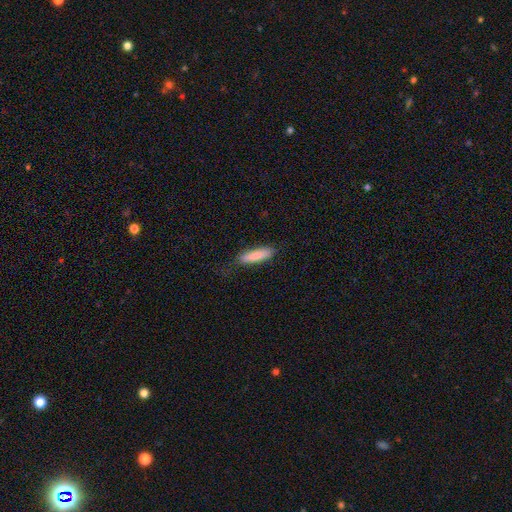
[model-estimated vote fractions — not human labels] This appears to be a smooth galaxy with no disk features (85%) that is cigar-shaped (69%). Merging: none (73%).